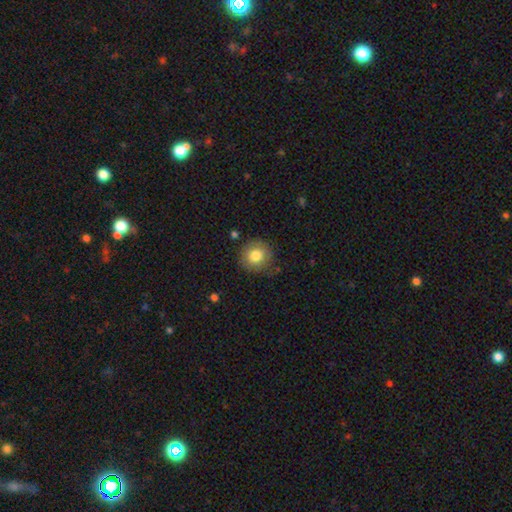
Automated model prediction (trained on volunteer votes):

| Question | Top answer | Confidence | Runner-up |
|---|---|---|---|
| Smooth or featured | smooth | 80% | featured or disk (11%) |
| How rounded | round | 92% | in between (7%) |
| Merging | none | 83% | minor disturbance (12%) |